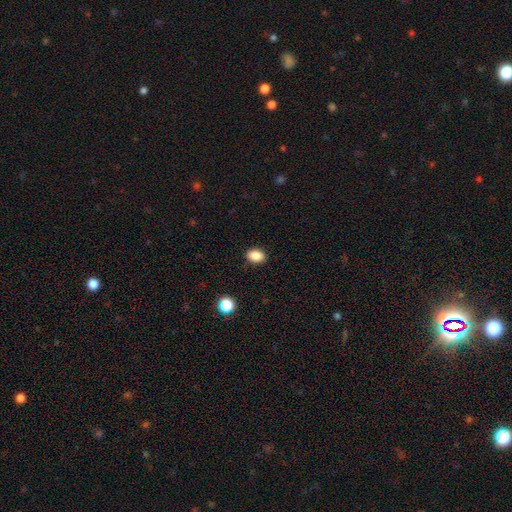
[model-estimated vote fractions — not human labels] smooth_or_featured: smooth (p=0.88) [alt: star or artifact p=0.09]
how_rounded: in between (p=0.77) [alt: round p=0.22]
merging: none (p=0.88) [alt: minor disturbance p=0.08]